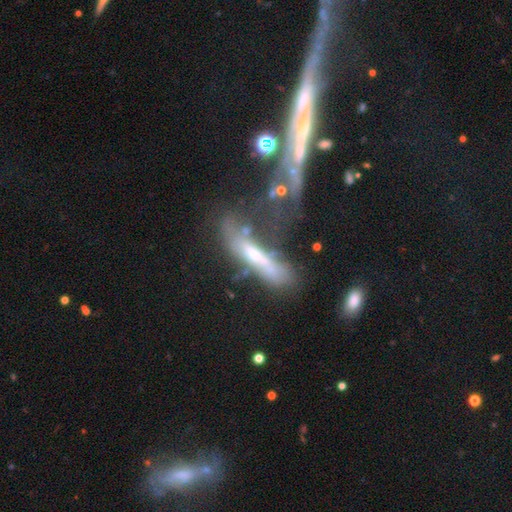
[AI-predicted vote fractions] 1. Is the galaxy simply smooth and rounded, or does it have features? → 54% featured or disk, 35% smooth, 11% star or artifact.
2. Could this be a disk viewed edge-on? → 54% yes, 46% no.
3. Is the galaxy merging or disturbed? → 30% merger, 29% major disturbance, 24% none, 17% minor disturbance.